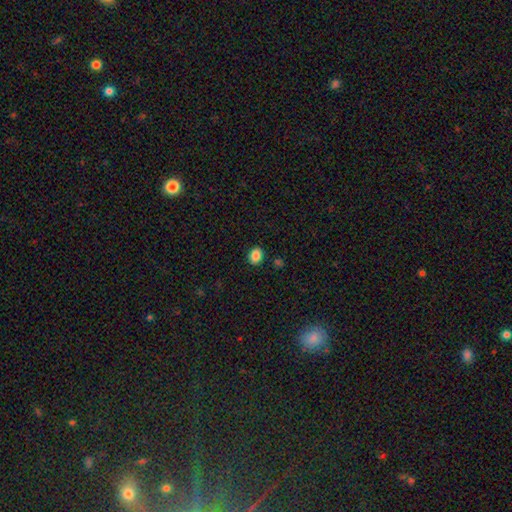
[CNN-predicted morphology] Smooth or featured? smooth (86%)
How rounded? in between (55%)
Merging? none (88%)